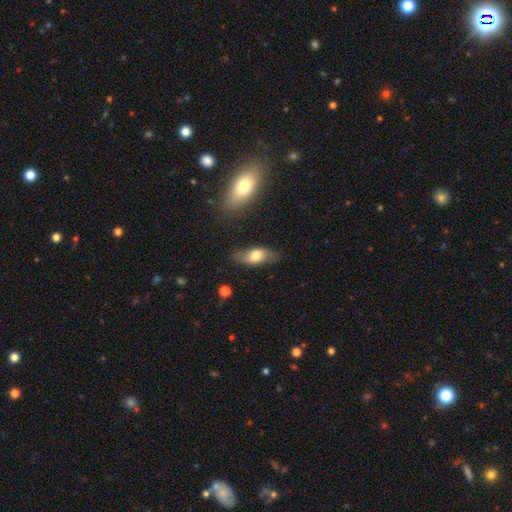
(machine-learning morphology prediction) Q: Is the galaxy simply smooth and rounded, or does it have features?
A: smooth — 71%.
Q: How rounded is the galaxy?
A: in between — 83%.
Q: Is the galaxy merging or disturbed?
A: none — 74%.